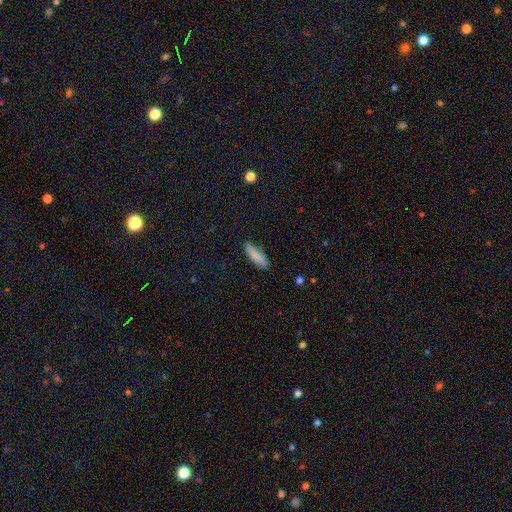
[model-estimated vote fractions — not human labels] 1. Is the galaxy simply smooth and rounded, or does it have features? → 81% smooth, 12% featured or disk, 7% star or artifact.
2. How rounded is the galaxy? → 54% cigar-shaped, 44% in between, 2% round.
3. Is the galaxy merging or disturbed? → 73% none, 21% minor disturbance, 4% major disturbance, 2% merger.